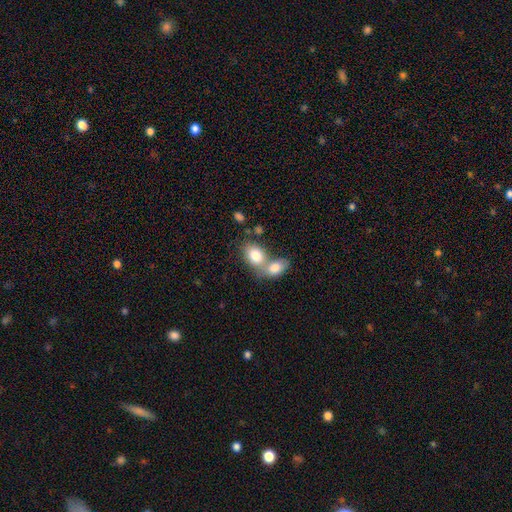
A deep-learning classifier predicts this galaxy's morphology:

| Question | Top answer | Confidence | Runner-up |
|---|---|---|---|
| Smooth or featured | smooth | 80% | featured or disk (13%) |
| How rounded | in between | 75% | round (23%) |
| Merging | merger | 64% | none (26%) |